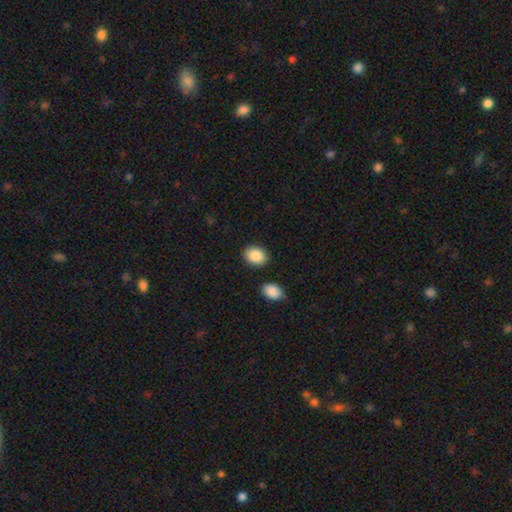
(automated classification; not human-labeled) Smooth or featured? Predicted: smooth (p=0.88). How rounded? Predicted: in between (p=0.63). Merging? Predicted: none (p=0.85).